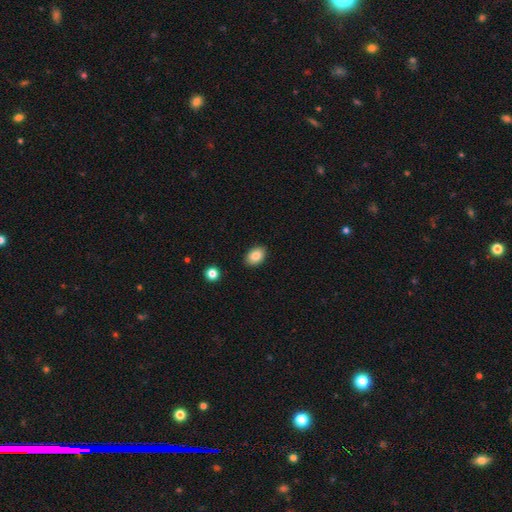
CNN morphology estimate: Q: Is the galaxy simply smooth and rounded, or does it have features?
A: smooth — 85%.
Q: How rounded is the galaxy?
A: in between — 81%.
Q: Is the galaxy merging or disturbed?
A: none — 89%.